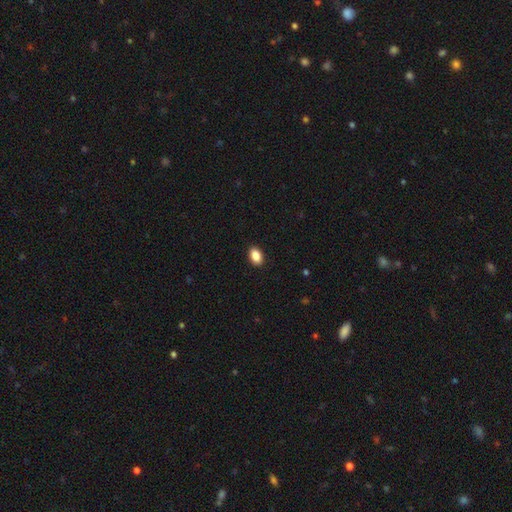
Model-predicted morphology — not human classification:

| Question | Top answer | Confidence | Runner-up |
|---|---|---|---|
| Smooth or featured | smooth | 88% | star or artifact (8%) |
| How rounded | in between | 88% | round (11%) |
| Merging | none | 90% | minor disturbance (7%) |